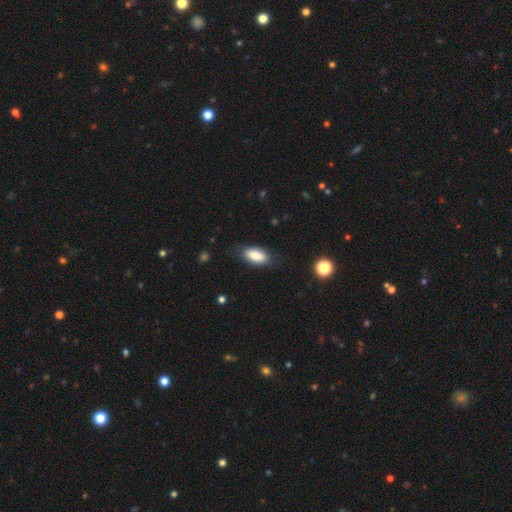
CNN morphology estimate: Smooth or featured? Predicted: smooth (p=0.86). How rounded? Predicted: in between (p=0.90). Merging? Predicted: none (p=0.79).